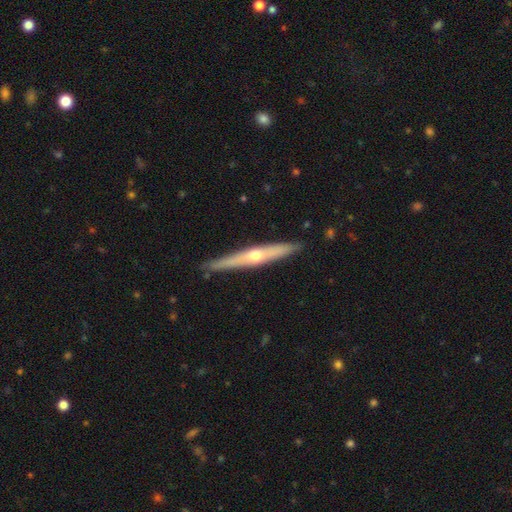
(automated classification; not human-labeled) A featured or disk galaxy (66%) viewed edge-on (95%) with a rounded central bulge (85%).

Vote fractions:
- Smooth or featured? featured or disk: 66% / smooth: 29% / star or artifact: 5%
- Edge-on disk? yes: 95% / no: 5%
- Edge-on bulge? rounded: 85% / none: 12% / boxy: 3%
- Merging? none: 87% / minor disturbance: 10% / major disturbance: 2% / merger: 1%